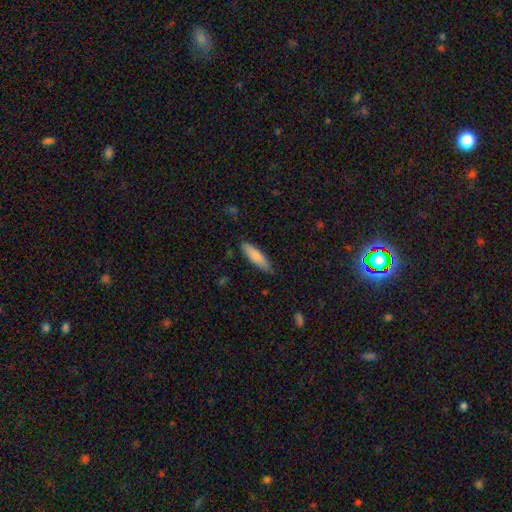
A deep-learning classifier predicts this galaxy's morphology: The model was most divided on "how rounded": cigar-shaped: 60%, in between: 38%, round: 1%. More confident: merging — none (84%); smooth or featured — smooth (83%).